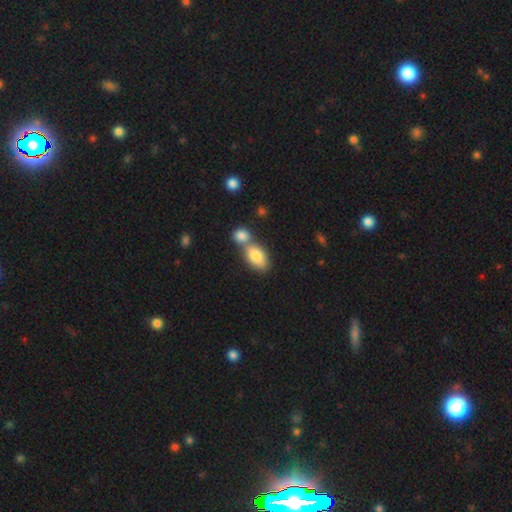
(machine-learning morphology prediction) Smooth or featured? Predicted: smooth (p=0.83). How rounded? Predicted: in between (p=0.90). Merging? Predicted: merger (p=0.50).